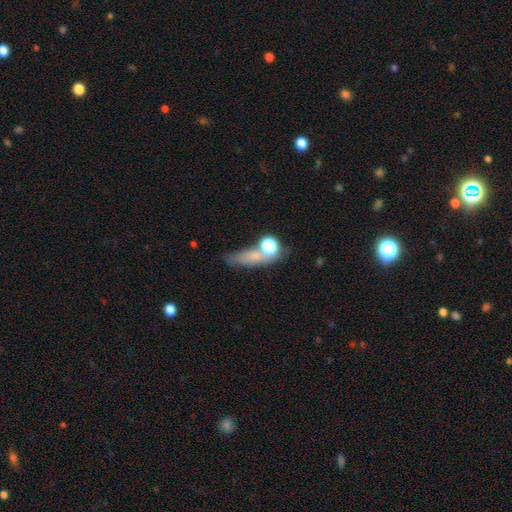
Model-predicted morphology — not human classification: This is likely a smooth galaxy (60%). How rounded: marginally in between (39%). Merging: possibly none (48%).